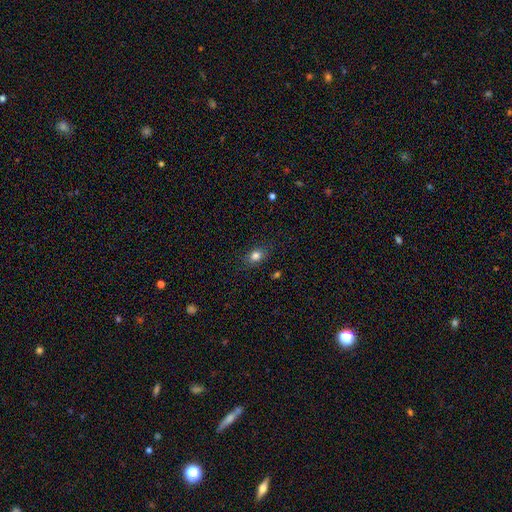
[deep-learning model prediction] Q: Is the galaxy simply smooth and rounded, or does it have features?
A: smooth — 82%.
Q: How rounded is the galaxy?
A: in between — 63%.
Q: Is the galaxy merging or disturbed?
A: none — 85%.